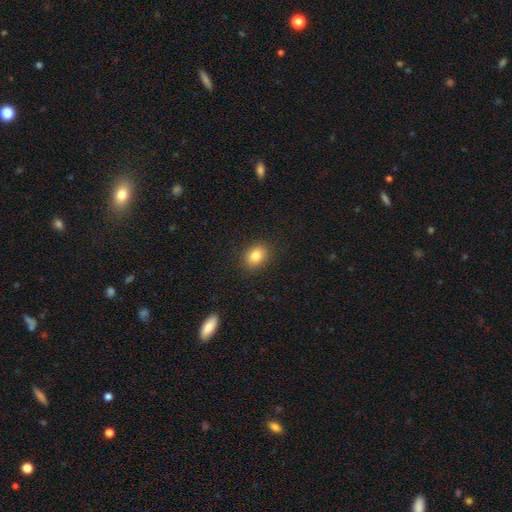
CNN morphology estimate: The model was most divided on "how rounded": in between: 58%, round: 41%, cigar-shaped: 1%. More confident: merging — none (88%); smooth or featured — smooth (83%).